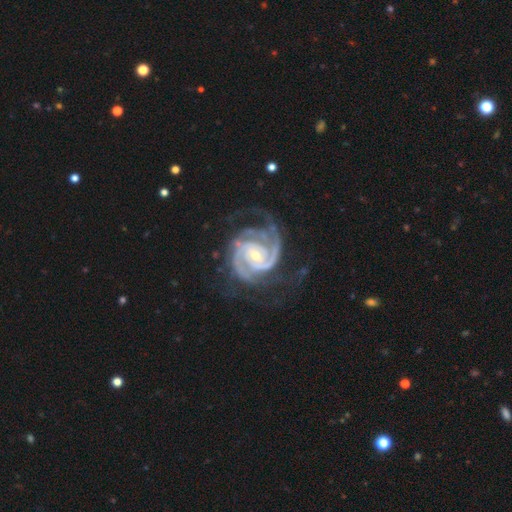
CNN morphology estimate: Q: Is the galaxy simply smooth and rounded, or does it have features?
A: featured or disk — 94%.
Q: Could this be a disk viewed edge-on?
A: no — 98%.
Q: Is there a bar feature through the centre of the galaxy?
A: no — 57%.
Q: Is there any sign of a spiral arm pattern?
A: yes — 99%.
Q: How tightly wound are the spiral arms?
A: tight — 65%.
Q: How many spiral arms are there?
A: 2 — 52%.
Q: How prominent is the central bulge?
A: small — 52%.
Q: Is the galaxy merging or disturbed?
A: none — 60%.